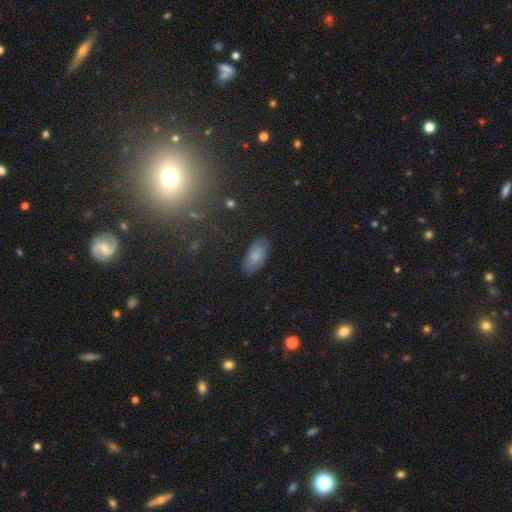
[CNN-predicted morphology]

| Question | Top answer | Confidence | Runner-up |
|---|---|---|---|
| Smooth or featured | smooth | 79% | featured or disk (13%) |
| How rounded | in between | 92% | cigar-shaped (6%) |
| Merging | none | 84% | minor disturbance (12%) |